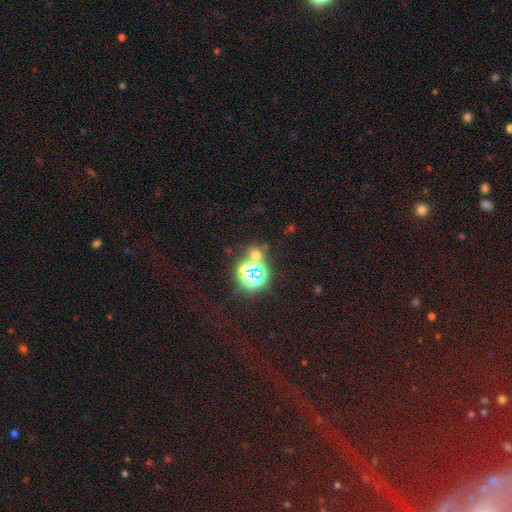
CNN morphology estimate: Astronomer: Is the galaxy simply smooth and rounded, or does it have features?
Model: star or artifact — 60%.